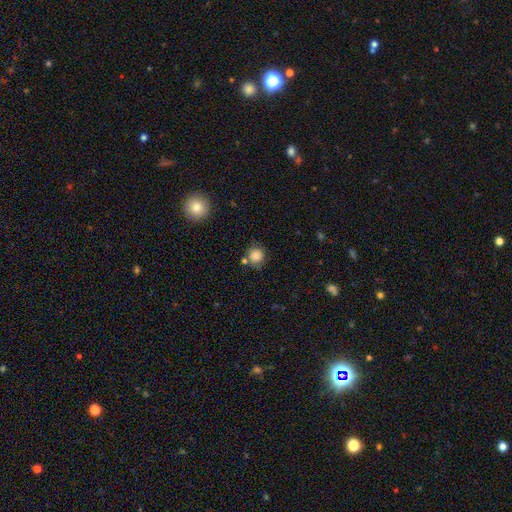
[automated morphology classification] Smooth or featured: smooth — 79% (star or artifact — 11%)
How rounded: round — 87% (in between — 12%)
Merging: none — 68% (minor disturbance — 18%)